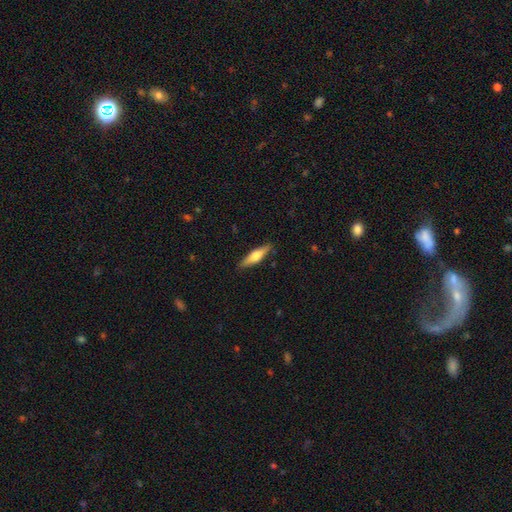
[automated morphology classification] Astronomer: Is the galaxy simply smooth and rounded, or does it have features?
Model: smooth — 51% (runner-up: featured or disk, 43%).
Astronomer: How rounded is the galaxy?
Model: cigar-shaped — 68%.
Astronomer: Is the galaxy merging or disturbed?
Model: none — 88%.